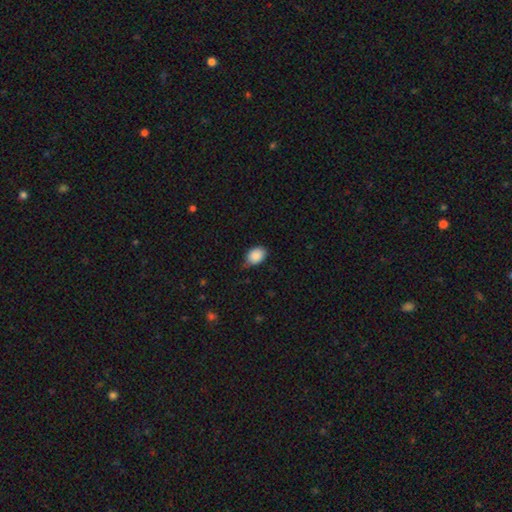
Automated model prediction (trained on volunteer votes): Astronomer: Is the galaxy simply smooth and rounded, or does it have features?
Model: smooth — 88%.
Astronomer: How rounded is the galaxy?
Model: in between — 75%.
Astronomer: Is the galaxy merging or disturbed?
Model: none — 62%.